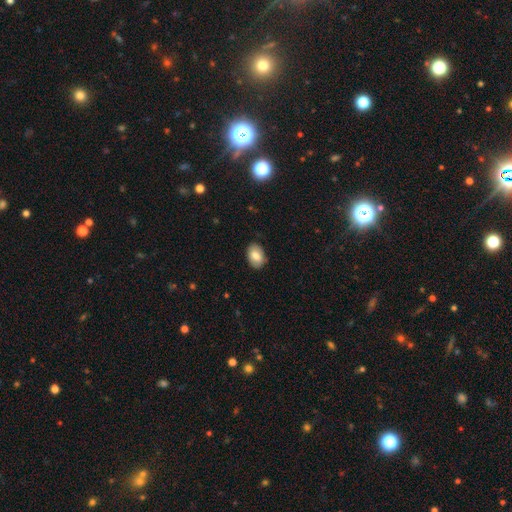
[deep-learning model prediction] This appears to be a smooth galaxy with no disk features (82%) that is in between round and cigar-shaped (85%). Merging: none (86%).